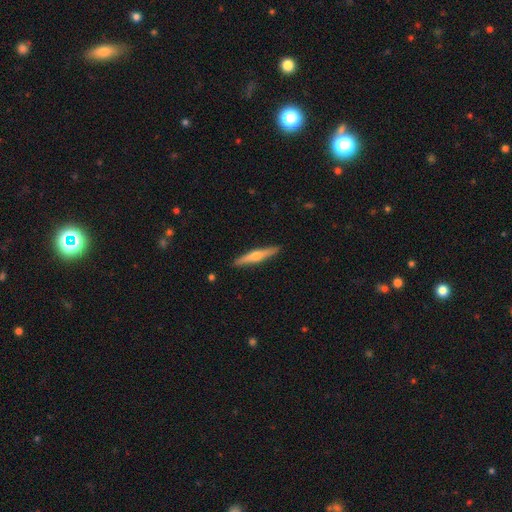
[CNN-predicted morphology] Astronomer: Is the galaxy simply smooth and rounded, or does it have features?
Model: featured or disk — 57% (runner-up: smooth, 38%).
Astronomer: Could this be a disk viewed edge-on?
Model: yes — 96%.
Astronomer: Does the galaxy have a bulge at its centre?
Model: rounded — 90%.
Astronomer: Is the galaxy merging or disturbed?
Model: none — 91%.